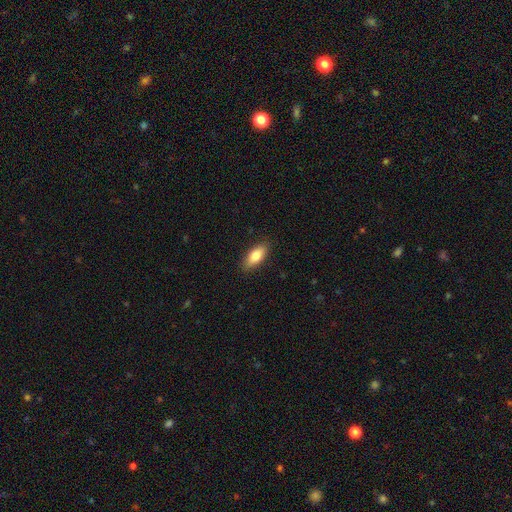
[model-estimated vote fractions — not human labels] smooth 82%, featured or disk 12%, star or artifact 6%. Down the decision tree: how rounded — in between (82%); merging — none (88%).